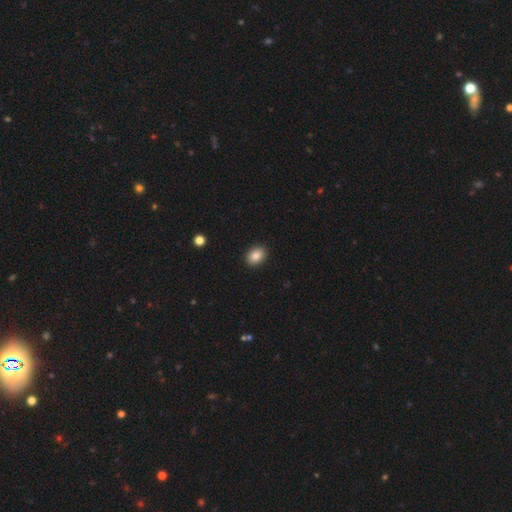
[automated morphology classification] A smooth galaxy with no disk features (86%) that is in between round and cigar-shaped (63%). Merging: none (91%).